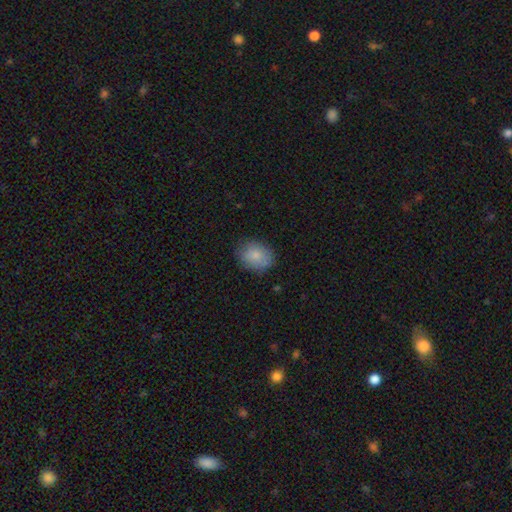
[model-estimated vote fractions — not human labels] This appears to be a smooth galaxy with no disk features (83%) that is in between round and cigar-shaped (52%). Merging: none (79%).